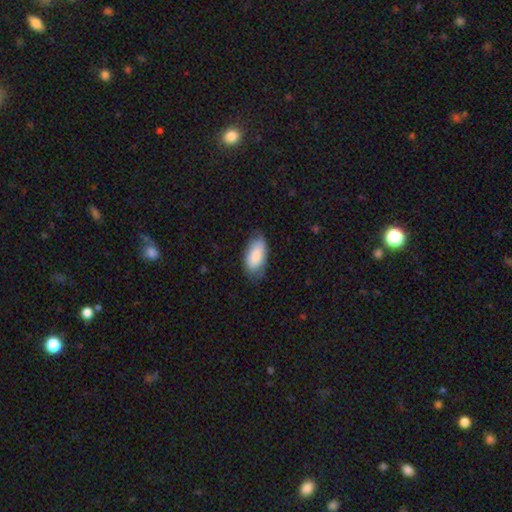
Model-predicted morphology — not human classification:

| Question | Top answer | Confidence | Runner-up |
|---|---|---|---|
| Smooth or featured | smooth | 85% | featured or disk (9%) |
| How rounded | in between | 94% | cigar-shaped (4%) |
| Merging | none | 69% | minor disturbance (25%) |